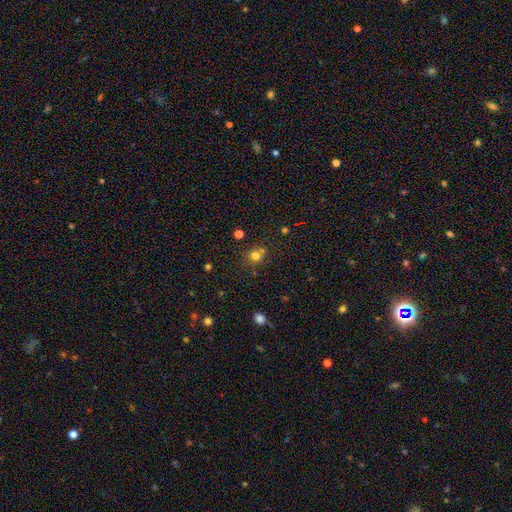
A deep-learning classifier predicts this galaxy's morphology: smooth_or_featured: smooth (p=0.72) [alt: star or artifact p=0.19]
how_rounded: round (p=0.86) [alt: in between p=0.13]
merging: none (p=0.66) [alt: merger p=0.21]